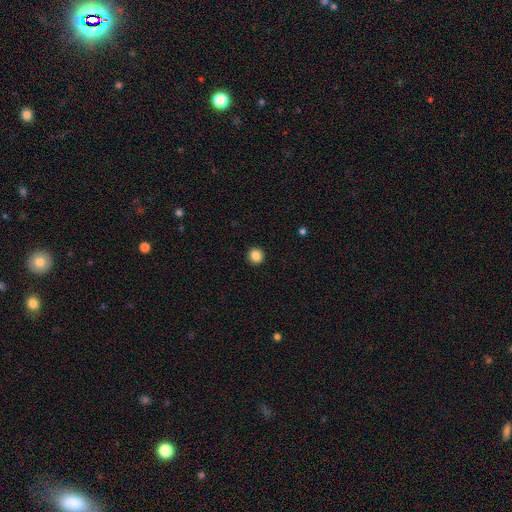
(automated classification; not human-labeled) Smooth or featured?
  - smooth: 86% *
  - star or artifact: 10%
  - featured or disk: 4%
How rounded?
  - round: 93% *
  - in between: 6%
  - cigar-shaped: 1%
Merging?
  - none: 94% *
  - minor disturbance: 4%
  - major disturbance: 1%
  - merger: 1%